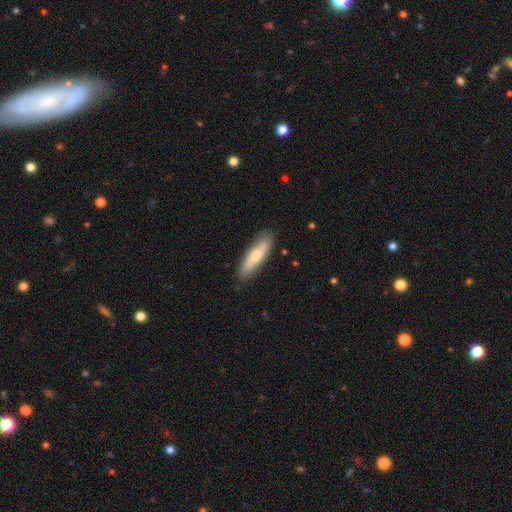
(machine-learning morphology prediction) type=smooth (70%); roundness=cigar-shaped (69%); merging=none (85%).